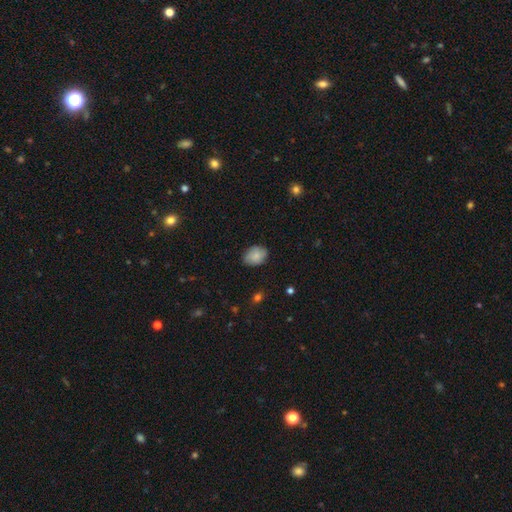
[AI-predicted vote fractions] The model was most divided on "how rounded": in between: 71%, round: 28%, cigar-shaped: 1%. More confident: smooth or featured — smooth (85%); merging — none (80%).